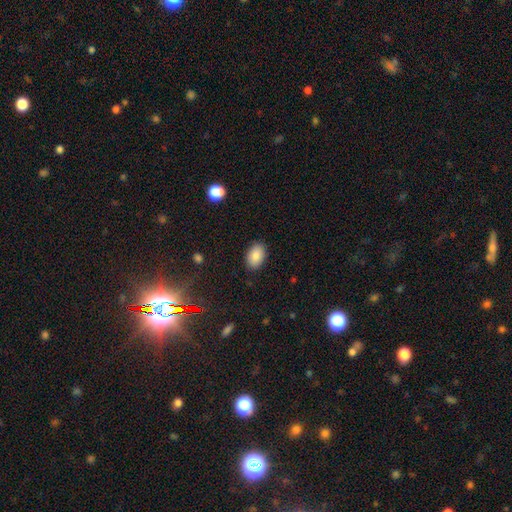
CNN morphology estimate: Smooth or featured? Predicted: smooth (p=0.85). How rounded? Predicted: in between (p=0.89). Merging? Predicted: none (p=0.88).